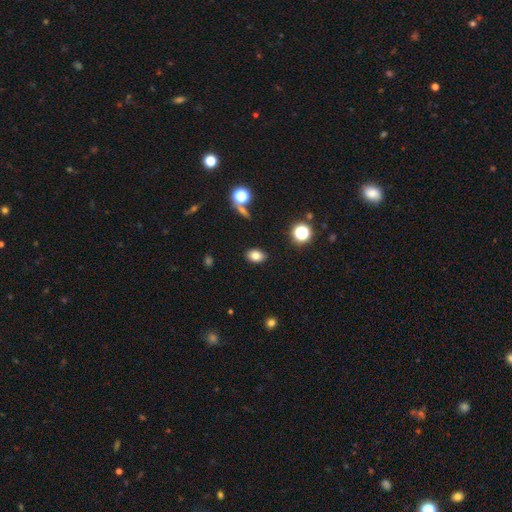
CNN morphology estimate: This is clearly a smooth galaxy (80%). How rounded: likely in between (78%). Merging: clearly none (88%).